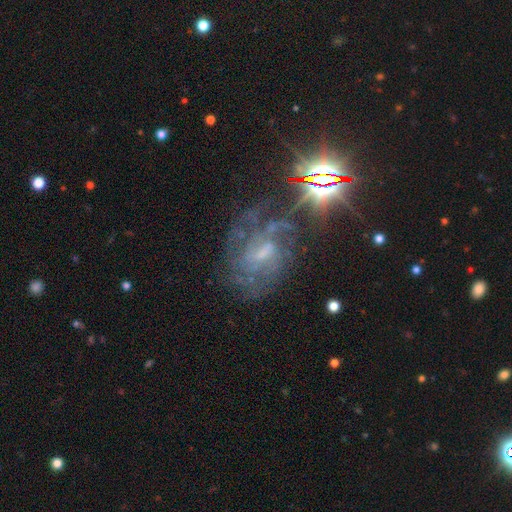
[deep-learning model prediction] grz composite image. It shows a featured or disk galaxy (65%) with a weak bar (52%), tight (46%) spiral arms (83%) and a small central bulge (46%). Merging: none (58%).